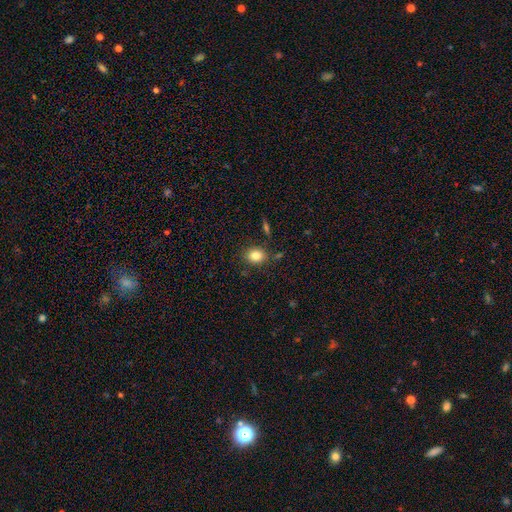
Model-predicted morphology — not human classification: Smooth or featured? Predicted: smooth (p=0.82). How rounded? Predicted: round (p=0.50). Merging? Predicted: none (p=0.82).